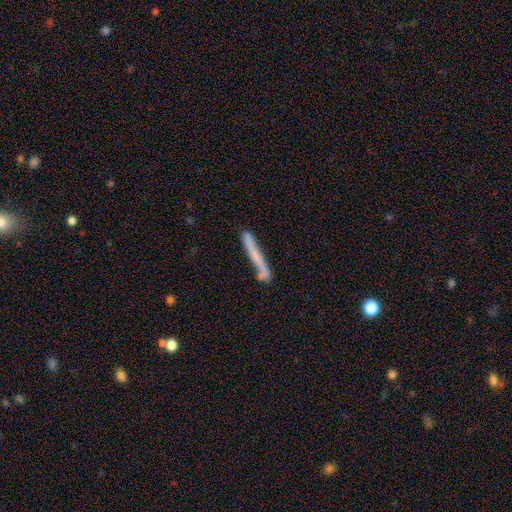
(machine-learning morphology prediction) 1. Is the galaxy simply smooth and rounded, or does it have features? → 52% smooth, 41% featured or disk, 7% star or artifact.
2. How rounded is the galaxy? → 96% cigar-shaped, 3% in between, 1% round.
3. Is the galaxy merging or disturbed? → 71% none, 19% minor disturbance, 5% merger, 5% major disturbance.